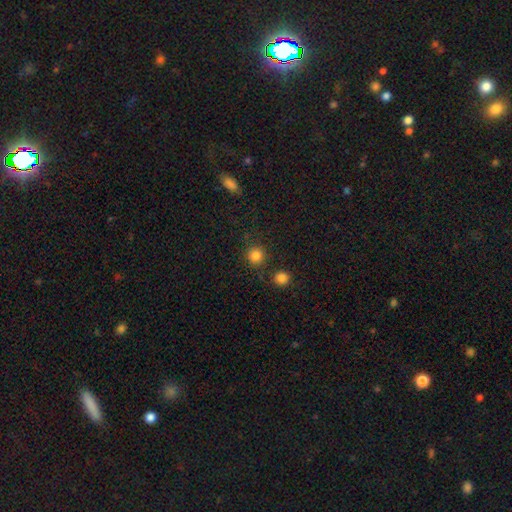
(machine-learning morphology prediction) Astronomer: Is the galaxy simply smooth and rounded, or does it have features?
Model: smooth — 83%.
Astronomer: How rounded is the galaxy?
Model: round — 93%.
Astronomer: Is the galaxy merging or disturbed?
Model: none — 84%.